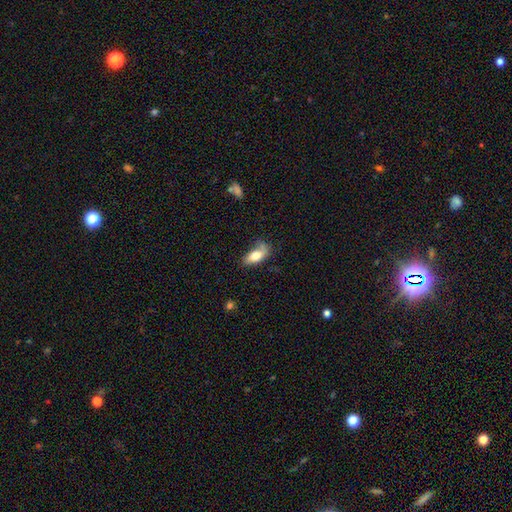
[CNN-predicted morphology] This appears to be a smooth galaxy with no disk features (69%) that is in between round and cigar-shaped (85%). Merging: none (46%).